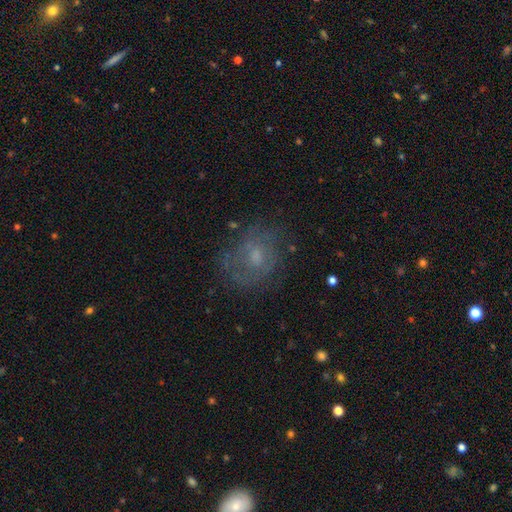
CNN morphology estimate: Smooth or featured? featured or disk (40%)
Merging? none (72%)